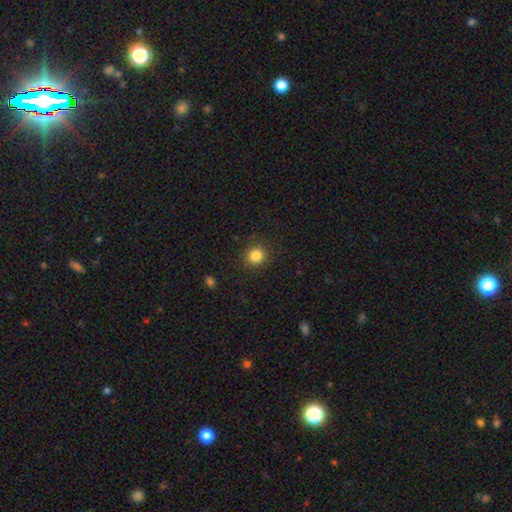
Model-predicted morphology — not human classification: type=smooth (85%); roundness=round (88%); merging=none (90%).